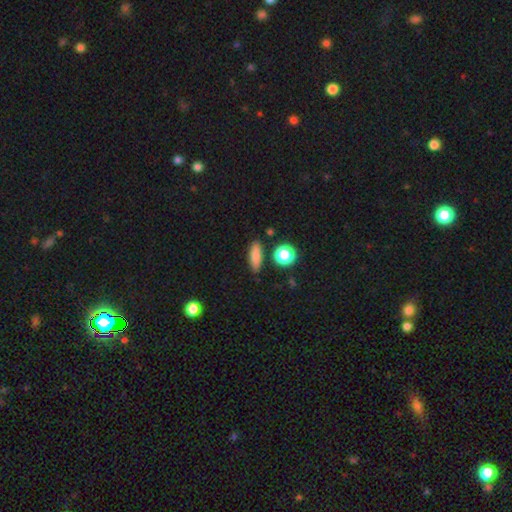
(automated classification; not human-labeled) Morphology: type=smooth (80%); roundness=in between (50%); merging=none (85%).